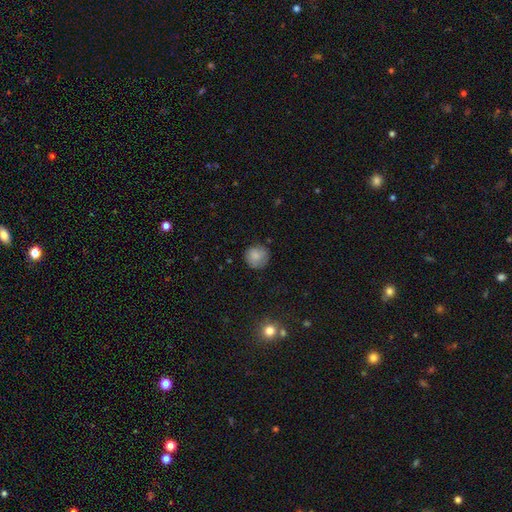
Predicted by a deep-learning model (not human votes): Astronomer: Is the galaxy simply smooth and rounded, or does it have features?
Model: smooth — 83%.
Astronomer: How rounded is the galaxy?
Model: round — 92%.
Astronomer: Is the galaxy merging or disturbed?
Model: none — 80%.